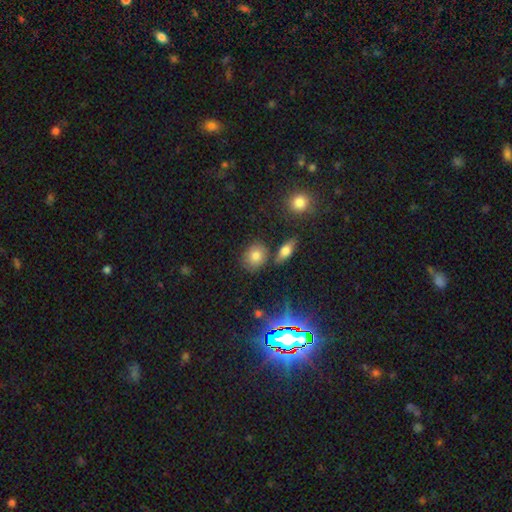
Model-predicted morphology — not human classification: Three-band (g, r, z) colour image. It shows a smooth galaxy with no disk features (75%) that is round (56%). Merging: none (75%).